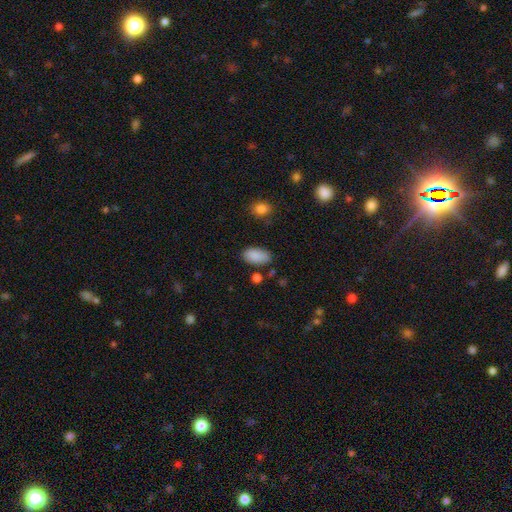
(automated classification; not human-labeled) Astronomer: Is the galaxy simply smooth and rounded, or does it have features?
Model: smooth — 89%.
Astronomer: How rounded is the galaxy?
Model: in between — 94%.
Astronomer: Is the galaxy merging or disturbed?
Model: none — 77%.